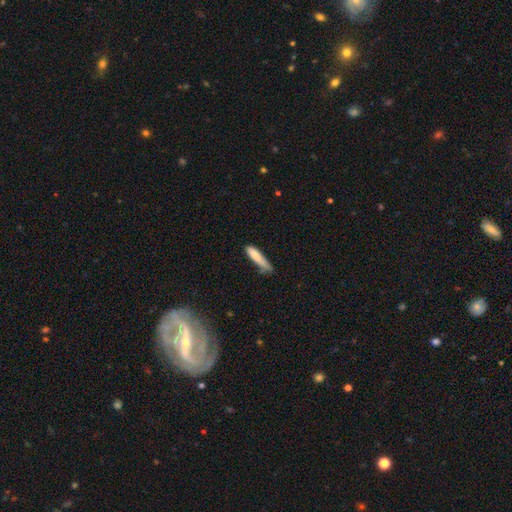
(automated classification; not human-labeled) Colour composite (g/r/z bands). It shows a smooth galaxy with no disk features (80%) that is cigar-shaped (85%). Merging: none (51%).